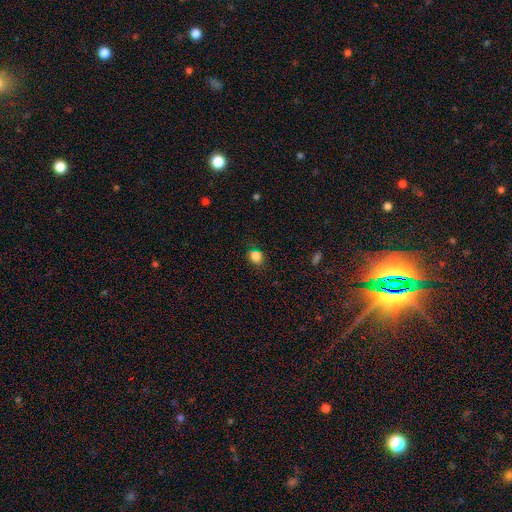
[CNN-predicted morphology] This appears to be a smooth galaxy with no disk features (83%) that is round (53%). Merging: none (74%).